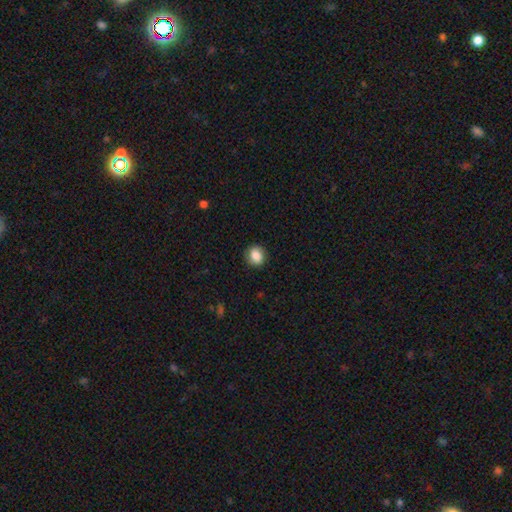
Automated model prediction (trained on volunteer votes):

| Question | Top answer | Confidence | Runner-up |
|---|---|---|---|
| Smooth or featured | smooth | 86% | star or artifact (8%) |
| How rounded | round | 71% | in between (28%) |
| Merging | none | 87% | minor disturbance (9%) |